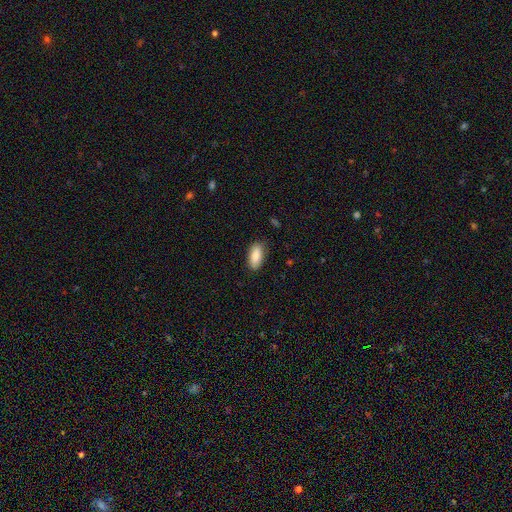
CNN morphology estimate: Smooth or featured? smooth (87%)
How rounded? in between (90%)
Merging? none (84%)